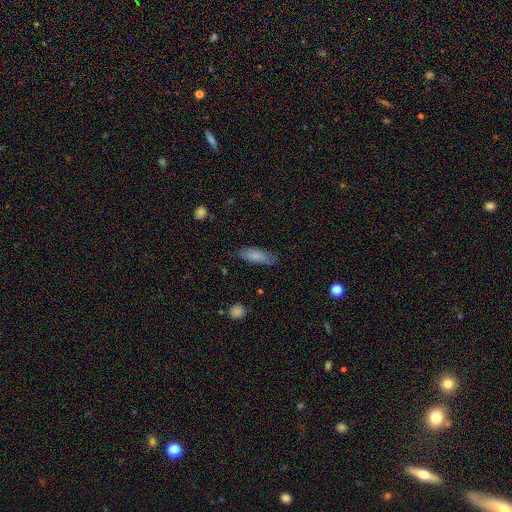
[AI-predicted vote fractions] Smooth or featured: smooth — 80% (featured or disk — 14%)
How rounded: in between — 73% (cigar-shaped — 25%)
Merging: none — 78% (minor disturbance — 17%)